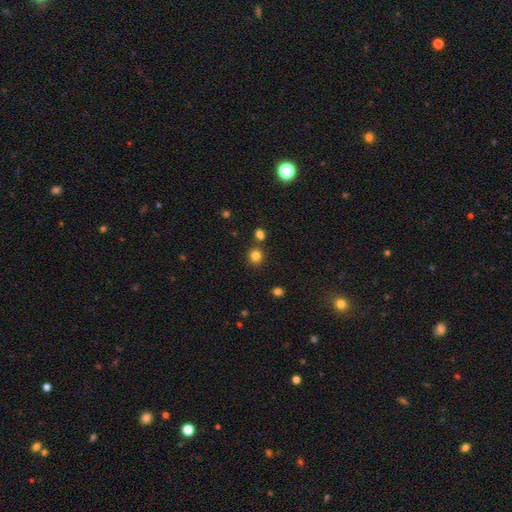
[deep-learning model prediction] Smooth or featured?
  - smooth: 82% *
  - star or artifact: 13%
  - featured or disk: 5%
How rounded?
  - round: 86% *
  - in between: 13%
  - cigar-shaped: 1%
Merging?
  - none: 81% *
  - merger: 8%
  - minor disturbance: 8%
  - major disturbance: 3%